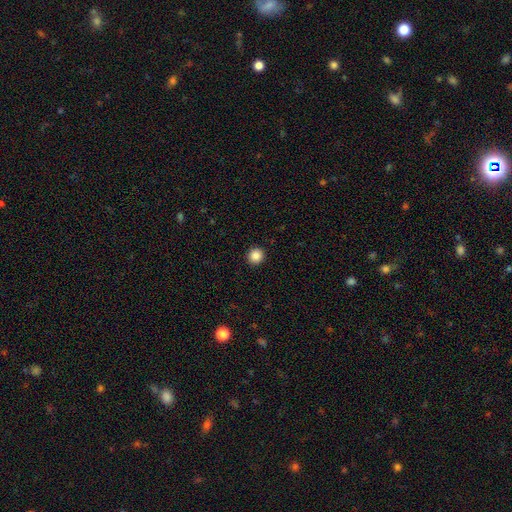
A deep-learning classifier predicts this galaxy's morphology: Smooth or featured? smooth (87%)
How rounded? round (92%)
Merging? none (93%)